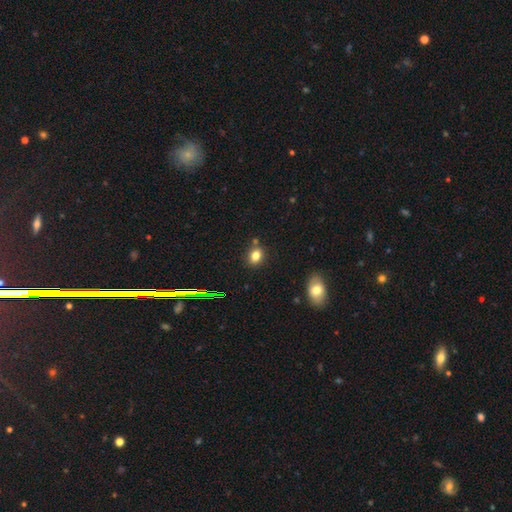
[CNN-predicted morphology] Smooth or featured: smooth — 79% (star or artifact — 13%)
How rounded: in between — 57% (round — 41%)
Merging: none — 75% (minor disturbance — 12%)